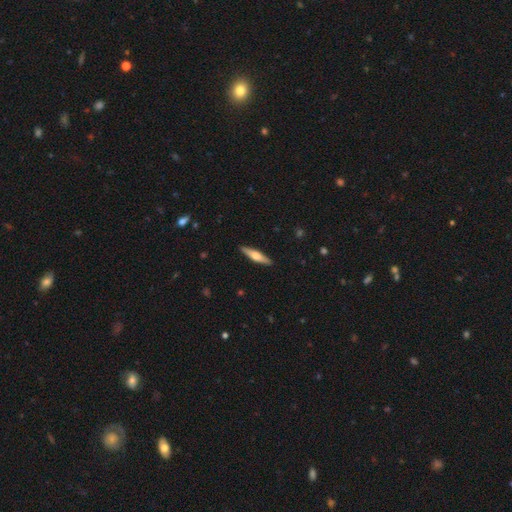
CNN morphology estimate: This appears to be a featured or disk galaxy (48%). Merging: none (91%).